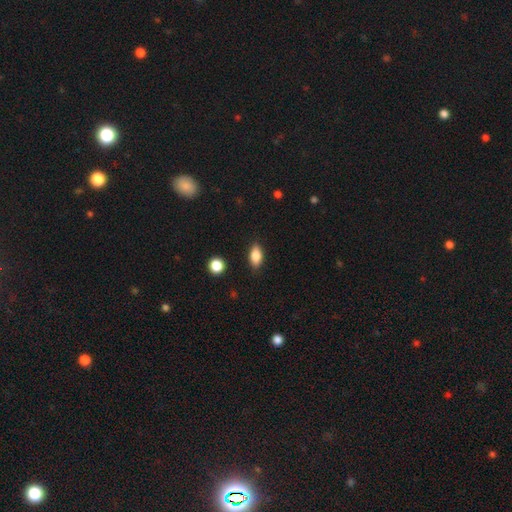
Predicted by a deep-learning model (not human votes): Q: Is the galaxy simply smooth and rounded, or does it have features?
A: smooth — 80%.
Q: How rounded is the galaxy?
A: in between — 86%.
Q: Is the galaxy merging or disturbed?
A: none — 86%.